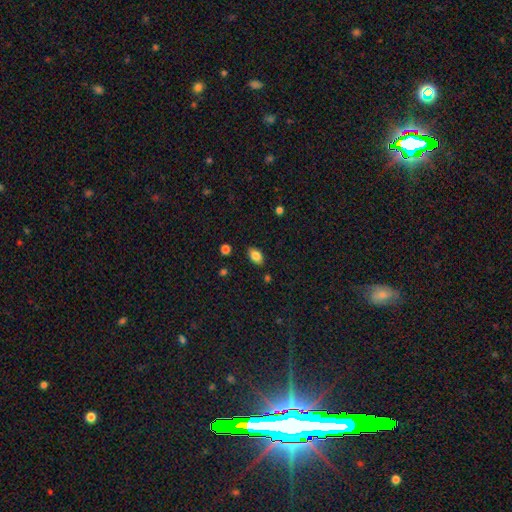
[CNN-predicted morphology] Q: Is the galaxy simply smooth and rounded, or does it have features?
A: smooth — 83%.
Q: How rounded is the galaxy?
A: in between — 89%.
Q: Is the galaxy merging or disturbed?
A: none — 85%.